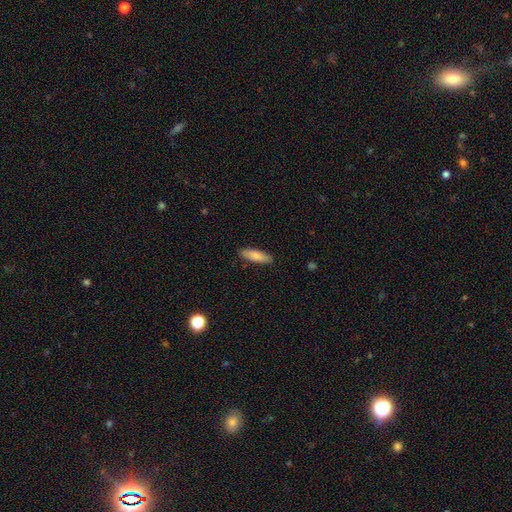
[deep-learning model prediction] Smooth or featured? smooth (83%)
How rounded? cigar-shaped (54%)
Merging? none (88%)